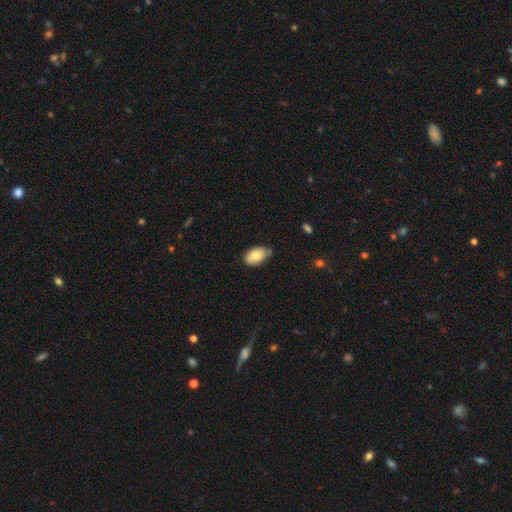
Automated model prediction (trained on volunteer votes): Smooth or featured?
  - smooth: 73% *
  - featured or disk: 20%
  - star or artifact: 7%
How rounded?
  - in between: 90% *
  - round: 9%
  - cigar-shaped: 1%
Merging?
  - none: 56% *
  - minor disturbance: 36%
  - major disturbance: 6%
  - merger: 3%